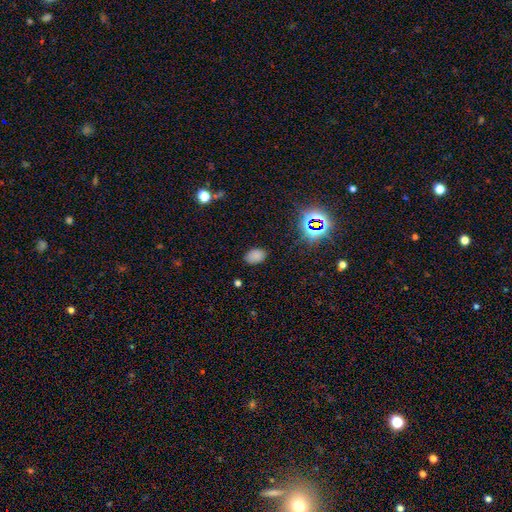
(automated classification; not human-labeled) Smooth or featured: smooth — 76% (star or artifact — 19%)
How rounded: in between — 85% (round — 14%)
Merging: none — 81% (minor disturbance — 14%)